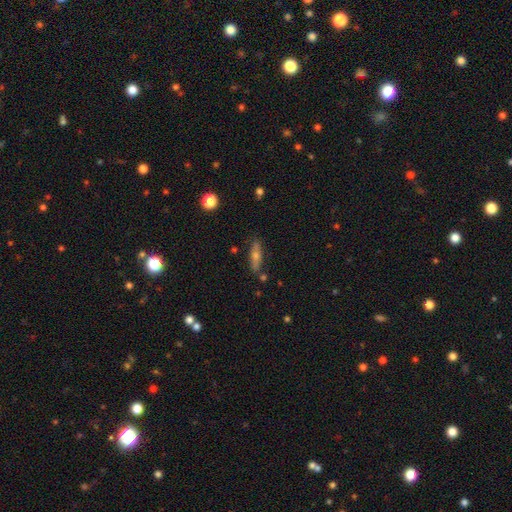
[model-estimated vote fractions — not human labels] Overall: smooth (47%; featured or disk 43%). Merging: none (82%).